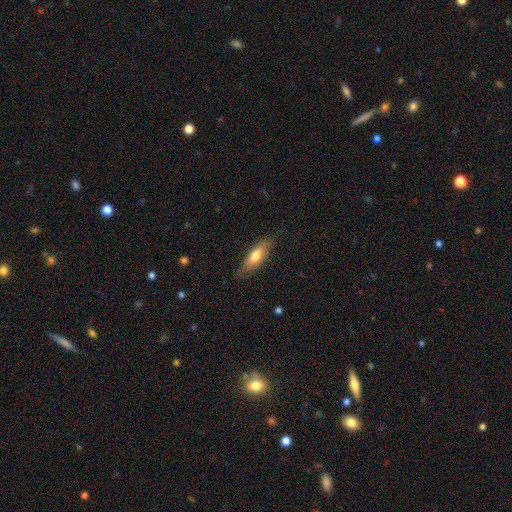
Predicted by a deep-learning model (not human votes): smooth-or-featured: smooth: 70% | featured or disk: 24% | star or artifact: 6%
  how-rounded: in between: 53% | cigar-shaped: 45% | round: 2%
  merging: none: 81% | minor disturbance: 15% | major disturbance: 3% | merger: 1%